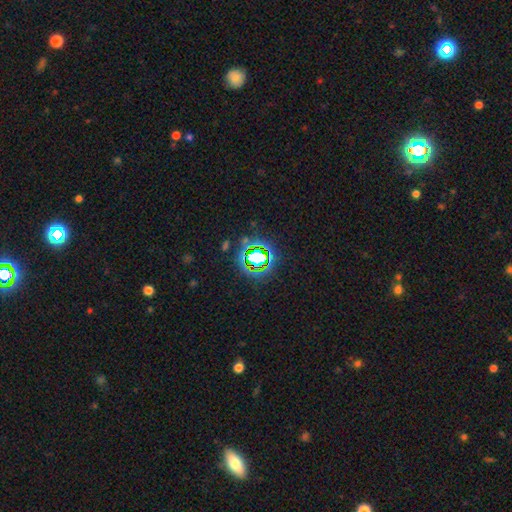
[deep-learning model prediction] Q: Smooth or featured?
A: star or artifact (67%); runner-up: smooth (21%)